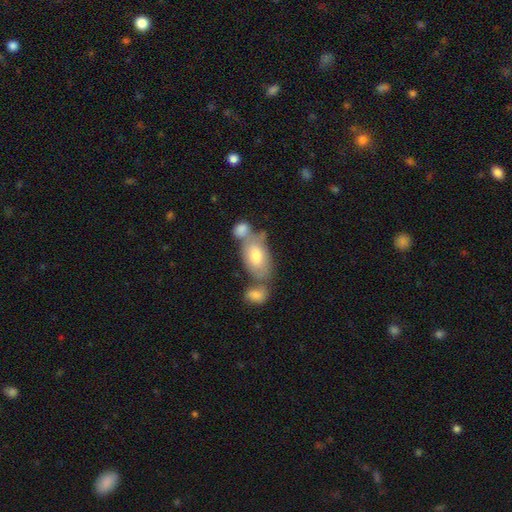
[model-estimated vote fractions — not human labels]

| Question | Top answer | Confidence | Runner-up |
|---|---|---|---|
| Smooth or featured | smooth | 67% | featured or disk (26%) |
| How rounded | in between | 91% | round (7%) |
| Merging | merger | 42% | none (37%) |